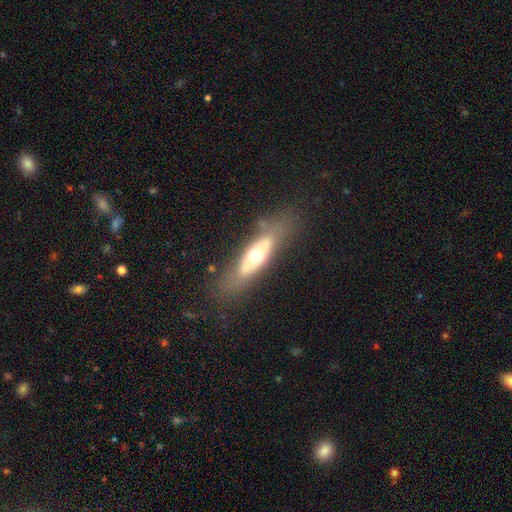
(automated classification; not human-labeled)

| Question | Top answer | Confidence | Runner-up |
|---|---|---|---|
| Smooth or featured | featured or disk | 52% | smooth (41%) |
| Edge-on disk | no | 54% | yes (46%) |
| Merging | none | 72% | minor disturbance (17%) |